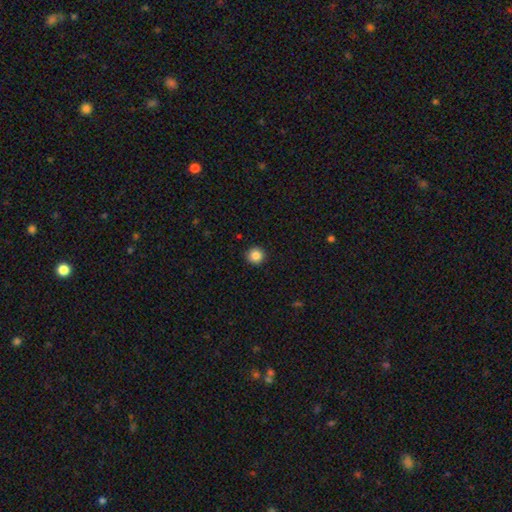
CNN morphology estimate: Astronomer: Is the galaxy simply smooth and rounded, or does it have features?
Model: smooth — 86%.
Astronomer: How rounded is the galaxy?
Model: round — 95%.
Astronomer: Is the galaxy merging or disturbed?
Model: none — 93%.